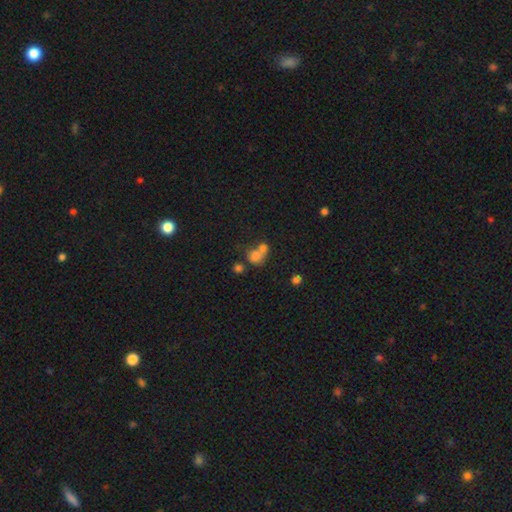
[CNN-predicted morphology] Smooth or featured? smooth (72%)
How rounded? round (72%)
Merging? merger (60%)